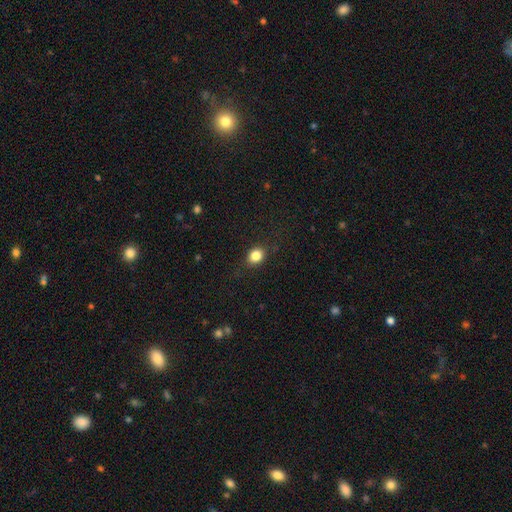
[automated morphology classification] Overall: smooth (84%). How rounded: round (52%; in between 46%). Merging: none (85%).